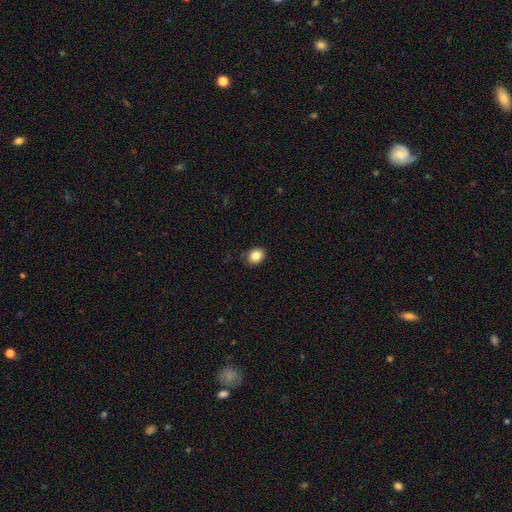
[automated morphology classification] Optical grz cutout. It shows a smooth galaxy with no disk features (84%) that is round (53%). Merging: none (84%).